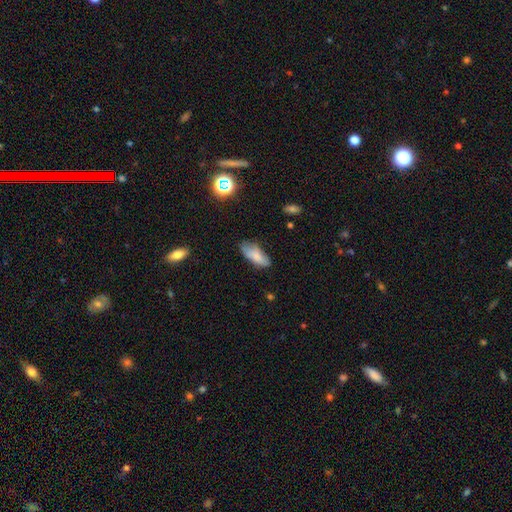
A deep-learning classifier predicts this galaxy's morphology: smooth-or-featured: smooth: 78% | featured or disk: 14% | star or artifact: 8%
  how-rounded: in between: 80% | cigar-shaped: 18% | round: 2%
  merging: none: 62% | minor disturbance: 28% | major disturbance: 7% | merger: 2%